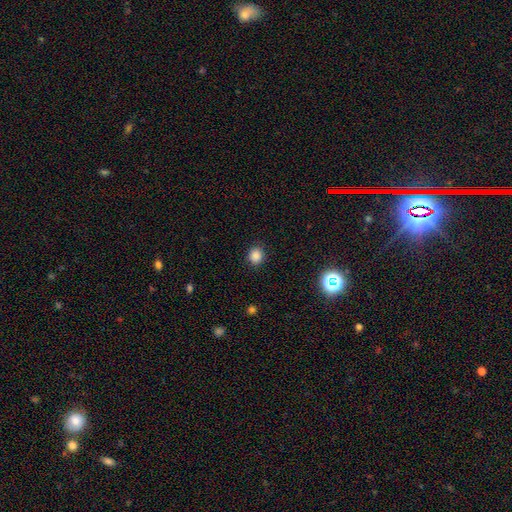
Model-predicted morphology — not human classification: Smooth or featured: smooth — 85% (star or artifact — 12%)
How rounded: round — 79% (in between — 20%)
Merging: none — 88% (minor disturbance — 8%)